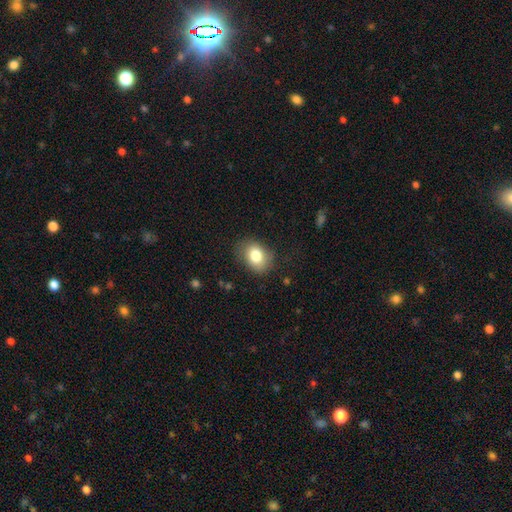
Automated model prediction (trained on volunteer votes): A smooth galaxy with no disk features (80%) that is in between round and cigar-shaped (64%). Merging: none (79%).